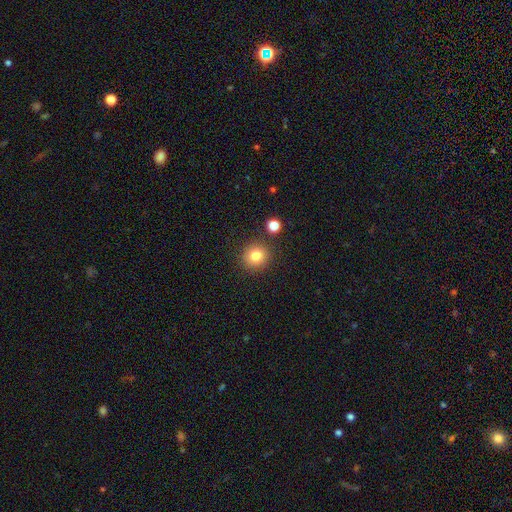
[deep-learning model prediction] Smooth or featured? Predicted: smooth (p=0.82). How rounded? Predicted: round (p=0.87). Merging? Predicted: none (p=0.85).